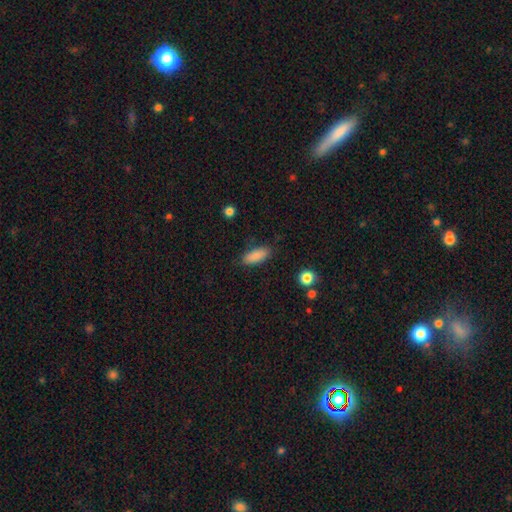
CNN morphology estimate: Smooth or featured? smooth (87%)
How rounded? in between (77%)
Merging? none (84%)